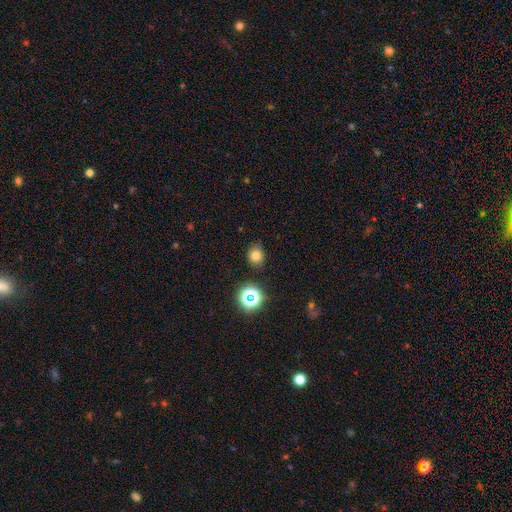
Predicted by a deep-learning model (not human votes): This is likely a smooth galaxy (75%). How rounded: likely round (75%). Merging: clearly none (81%).